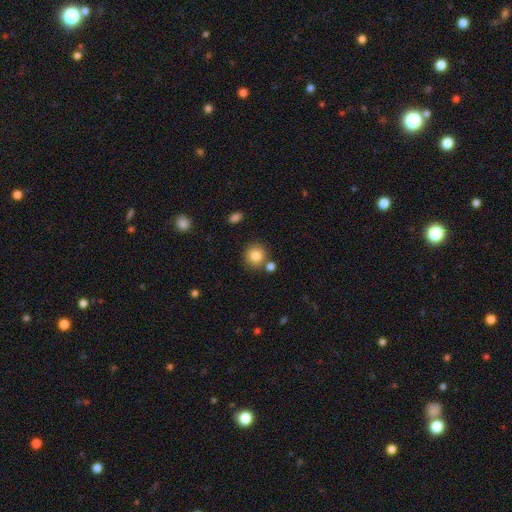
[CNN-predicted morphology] This appears to be a smooth galaxy with no disk features (83%) that is round (92%). Merging: none (78%).